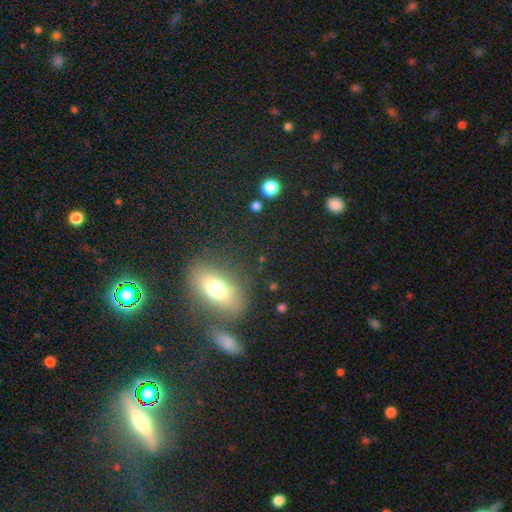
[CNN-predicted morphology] This is possibly a smooth galaxy (55%). How rounded: likely in between (74%). Merging: likely none (75%).